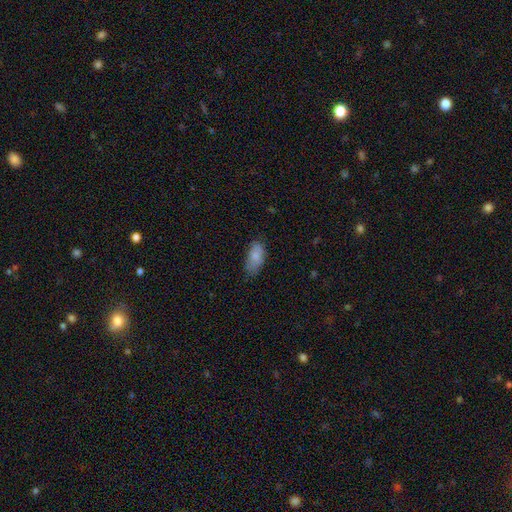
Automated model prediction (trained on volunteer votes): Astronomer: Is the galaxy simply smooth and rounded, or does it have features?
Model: smooth — 83%.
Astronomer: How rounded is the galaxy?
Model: in between — 90%.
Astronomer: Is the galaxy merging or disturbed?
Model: none — 62%.